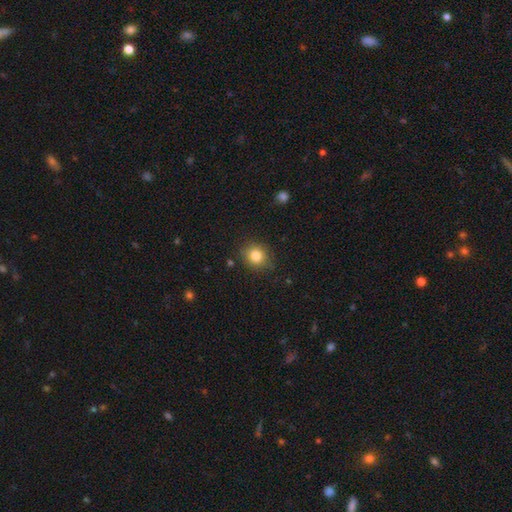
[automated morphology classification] type=smooth (82%); roundness=round (77%); merging=none (84%).